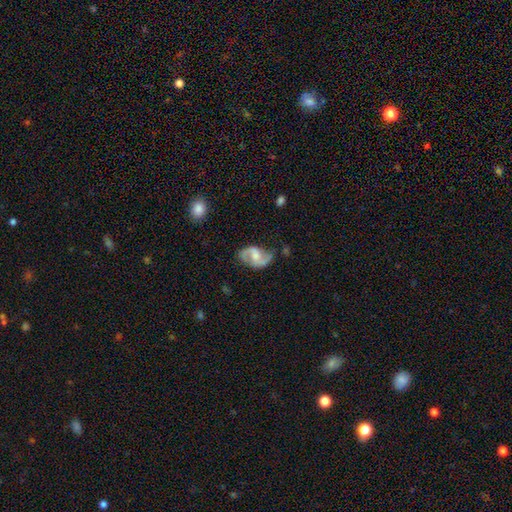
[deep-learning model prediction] Smooth or featured? featured or disk (82%)
Edge-on disk? no (97%)
Bar? weak (50%)
Spiral arms? yes (93%)
Spiral winding? medium (46%)
Spiral arm count? 2 (90%)
Bulge size? moderate (46%)
Merging? none (67%)